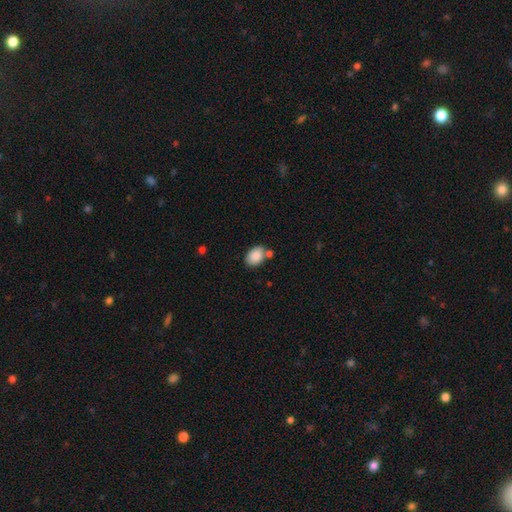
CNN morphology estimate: The model was most divided on "merging": none: 66%, merger: 15%, minor disturbance: 15%, major disturbance: 4%. More confident: smooth or featured — smooth (88%); how rounded — in between (76%).